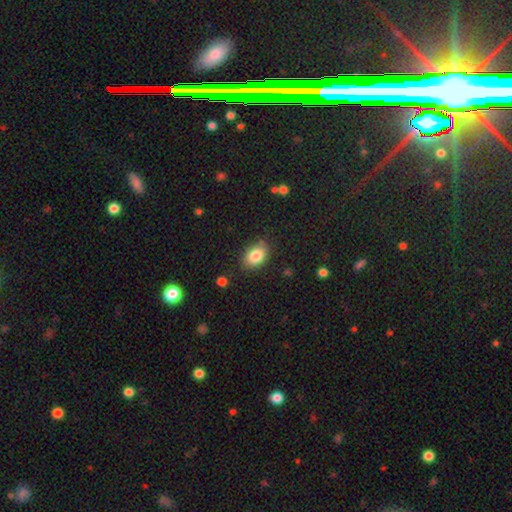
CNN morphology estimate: Smooth or featured? Predicted: smooth (p=0.84). How rounded? Predicted: in between (p=0.81). Merging? Predicted: none (p=0.81).